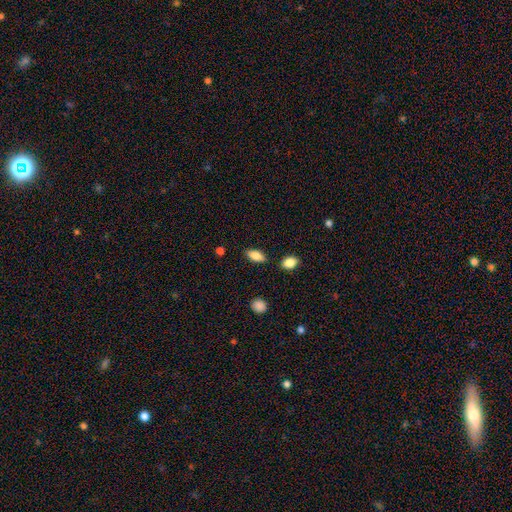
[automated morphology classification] Smooth or featured?
  - smooth: 82% *
  - featured or disk: 10%
  - star or artifact: 7%
How rounded?
  - in between: 86% *
  - cigar-shaped: 10%
  - round: 3%
Merging?
  - none: 83% *
  - minor disturbance: 10%
  - merger: 4%
  - major disturbance: 3%